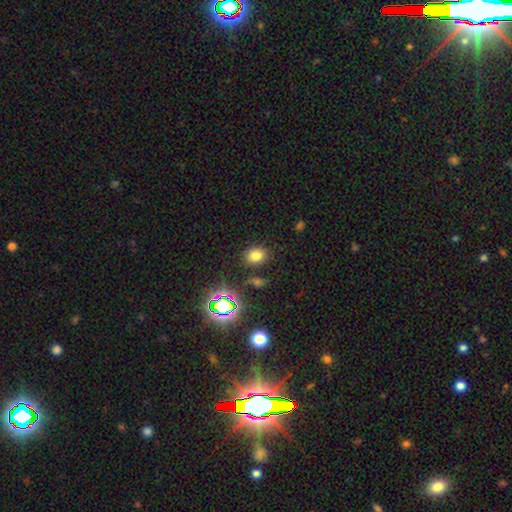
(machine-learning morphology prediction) Smooth or featured?
  - smooth: 73% *
  - star or artifact: 19%
  - featured or disk: 7%
How rounded?
  - in between: 53% *
  - round: 46%
  - cigar-shaped: 1%
Merging?
  - none: 83% *
  - minor disturbance: 9%
  - merger: 4%
  - major disturbance: 3%